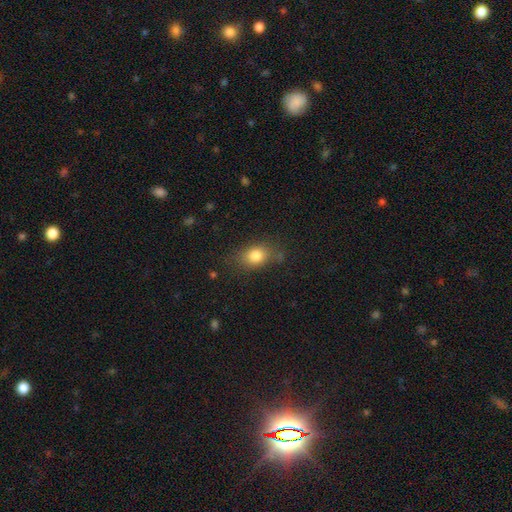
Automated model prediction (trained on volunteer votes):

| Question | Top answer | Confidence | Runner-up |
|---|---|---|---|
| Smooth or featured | smooth | 80% | star or artifact (10%) |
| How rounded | in between | 70% | round (28%) |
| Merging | none | 74% | minor disturbance (18%) |